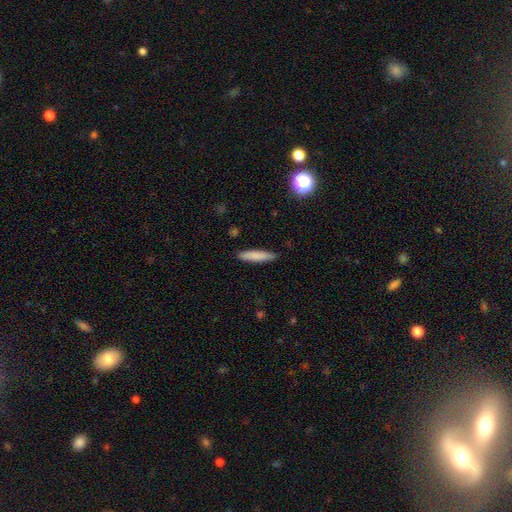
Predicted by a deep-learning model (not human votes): Smooth or featured: smooth — 83% (featured or disk — 11%)
How rounded: cigar-shaped — 84% (in between — 15%)
Merging: none — 89% (minor disturbance — 8%)